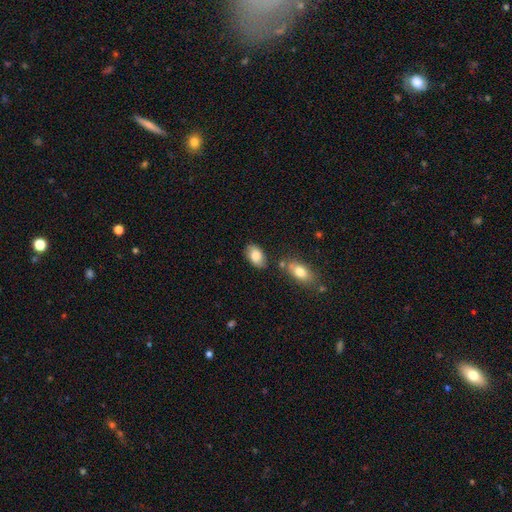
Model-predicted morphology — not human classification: type=smooth (83%); roundness=in between (92%); merging=none (75%).